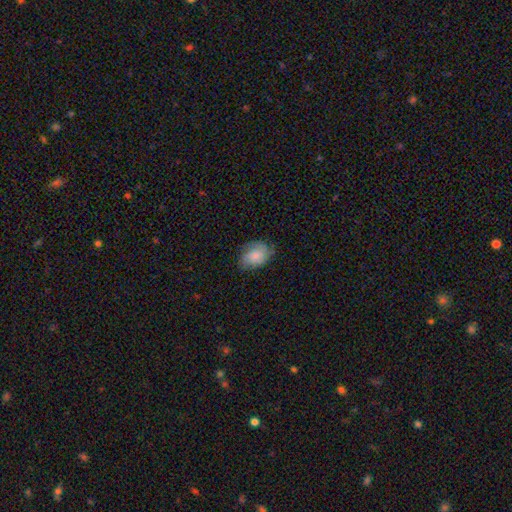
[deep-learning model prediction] Smooth or featured? smooth (64%)
How rounded? in between (73%)
Merging? none (65%)